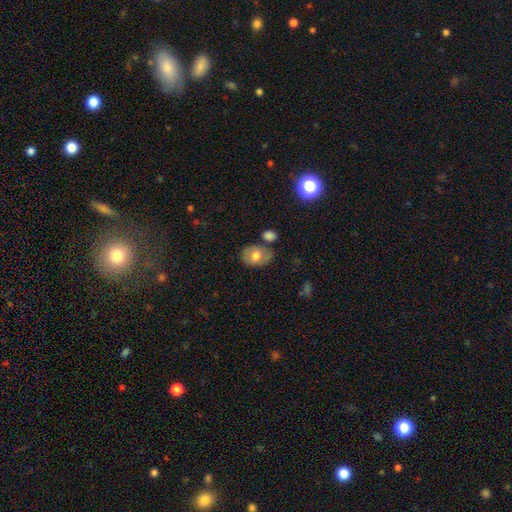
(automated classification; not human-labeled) Overall: smooth (61%; featured or disk 32%). How rounded: in between (68%; round 31%). Merging: none (63%).